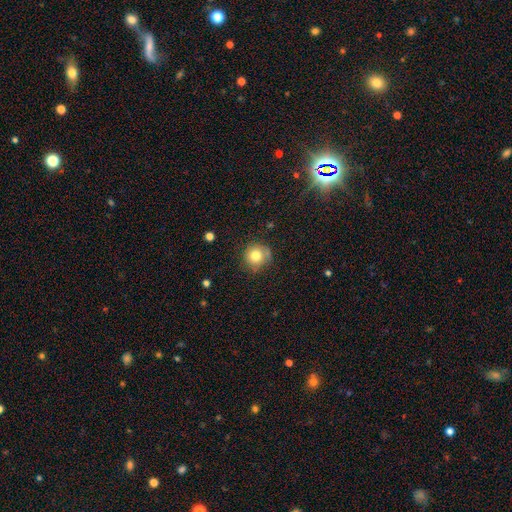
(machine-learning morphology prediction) smooth_or_featured: smooth (p=0.78) [alt: featured or disk p=0.11]
how_rounded: round (p=0.92) [alt: in between p=0.07]
merging: none (p=0.72) [alt: minor disturbance p=0.20]